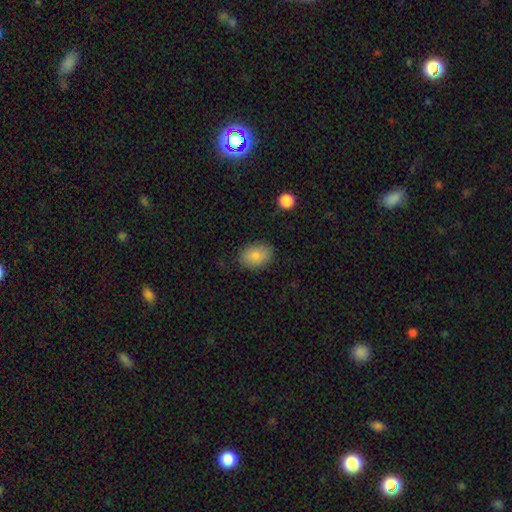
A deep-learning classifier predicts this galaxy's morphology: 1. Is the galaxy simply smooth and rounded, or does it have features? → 86% smooth, 7% star or artifact, 7% featured or disk.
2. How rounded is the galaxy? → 80% in between, 19% round, 1% cigar-shaped.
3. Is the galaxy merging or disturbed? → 84% none, 12% minor disturbance, 3% major disturbance, 1% merger.